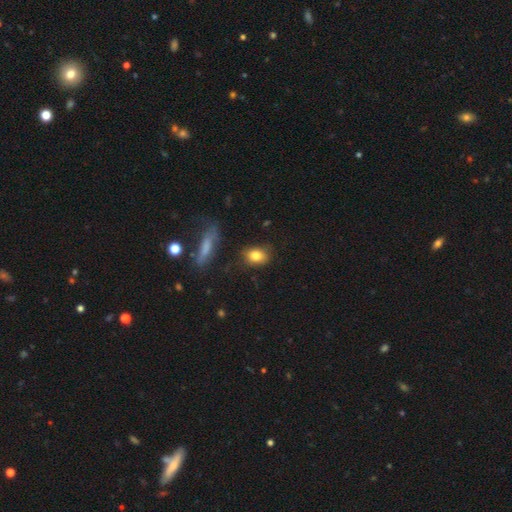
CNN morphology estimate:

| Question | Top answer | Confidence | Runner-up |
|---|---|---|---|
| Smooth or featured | smooth | 82% | featured or disk (9%) |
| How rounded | in between | 63% | round (34%) |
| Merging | none | 77% | minor disturbance (16%) |